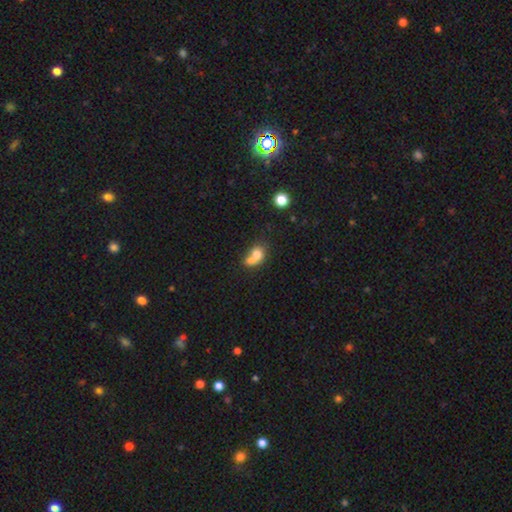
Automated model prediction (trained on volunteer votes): smooth 71%, featured or disk 19%, star or artifact 11%. Down the decision tree: how rounded — round (59%); merging — merger (67%).